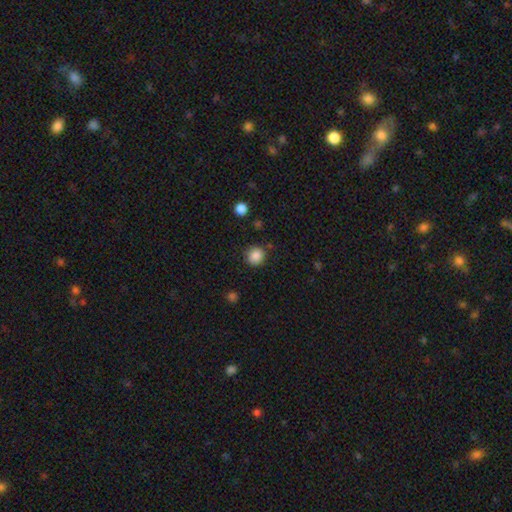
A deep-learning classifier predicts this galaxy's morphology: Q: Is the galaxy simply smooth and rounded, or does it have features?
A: smooth — 86%.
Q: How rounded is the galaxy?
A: round — 91%.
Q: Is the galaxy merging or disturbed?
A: none — 87%.